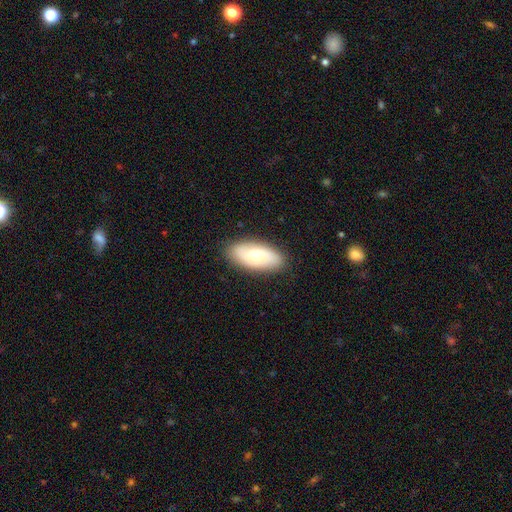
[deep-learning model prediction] smooth 58%, featured or disk 35%, star or artifact 6%. Down the decision tree: how rounded — in between (87%); merging — none (87%).